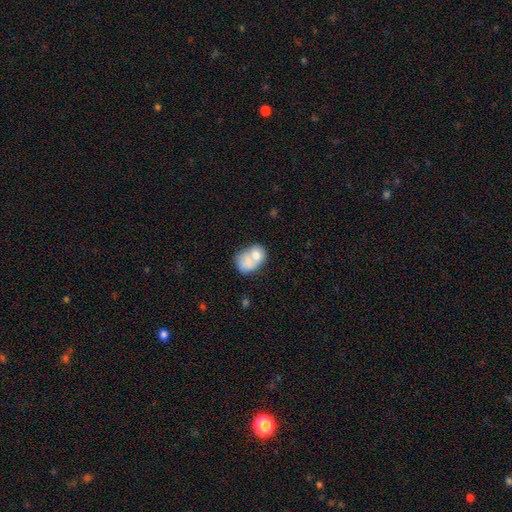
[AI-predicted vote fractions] A smooth galaxy with no disk features (69%) that is in between round and cigar-shaped (58%).

Vote fractions:
- Smooth or featured? smooth: 69% / featured or disk: 24% / star or artifact: 7%
- How rounded? in between: 58% / round: 41% / cigar-shaped: 1%
- Merging? merger: 65% / none: 20% / minor disturbance: 9% / major disturbance: 5%